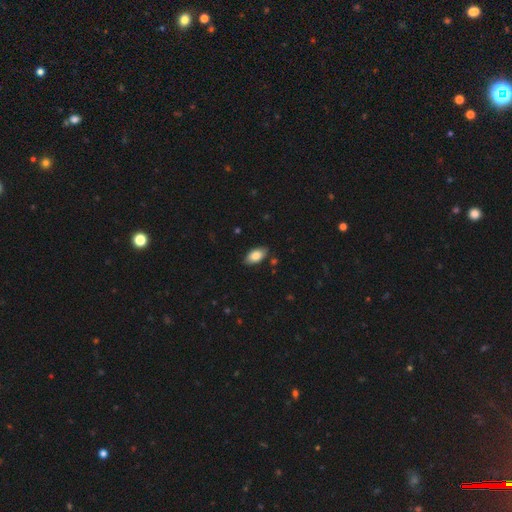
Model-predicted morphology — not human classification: type=smooth (84%); roundness=in between (94%); merging=none (85%).